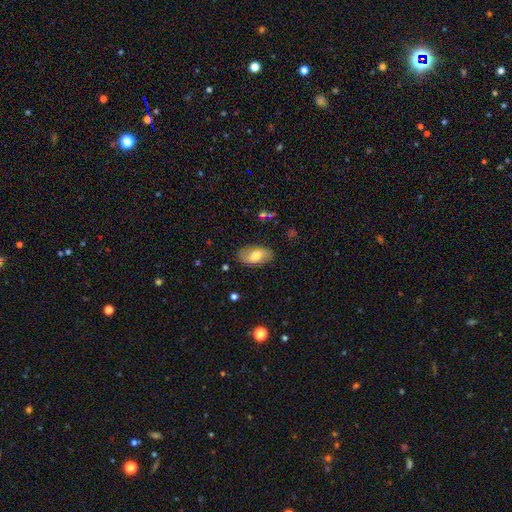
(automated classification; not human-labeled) Overall: smooth (61%; featured or disk 32%). How rounded: in between (93%). Merging: none (81%).